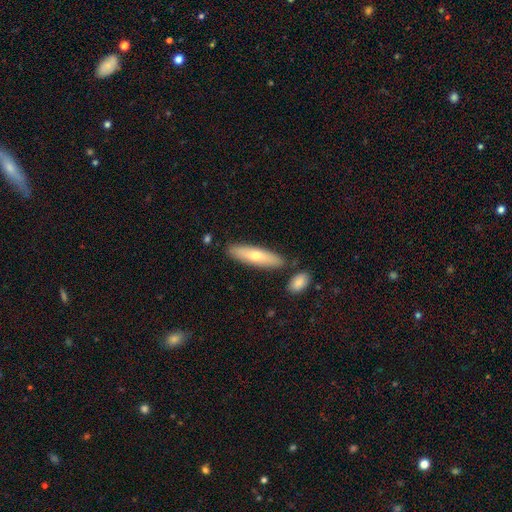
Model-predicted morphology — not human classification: A smooth galaxy with no disk features (61%) that is cigar-shaped (72%).

Vote fractions:
- Smooth or featured? smooth: 61% / featured or disk: 33% / star or artifact: 6%
- How rounded? cigar-shaped: 72% / in between: 26% / round: 2%
- Merging? none: 83% / minor disturbance: 10% / merger: 5% / major disturbance: 2%